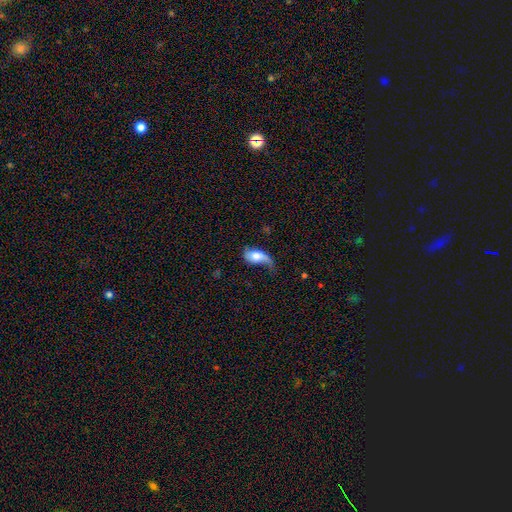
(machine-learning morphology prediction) smooth-or-featured: smooth: 49% | featured or disk: 43% | star or artifact: 8%
  merging: minor disturbance: 35% | major disturbance: 33% | none: 28% | merger: 4%